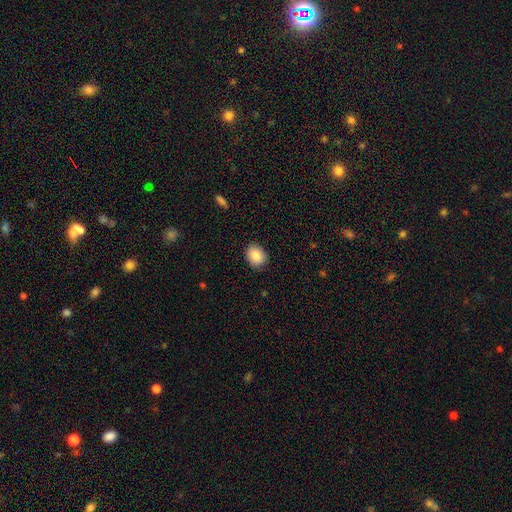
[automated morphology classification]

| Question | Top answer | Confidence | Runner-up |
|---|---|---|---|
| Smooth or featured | smooth | 87% | star or artifact (8%) |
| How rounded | in between | 55% | round (44%) |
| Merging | none | 88% | minor disturbance (9%) |